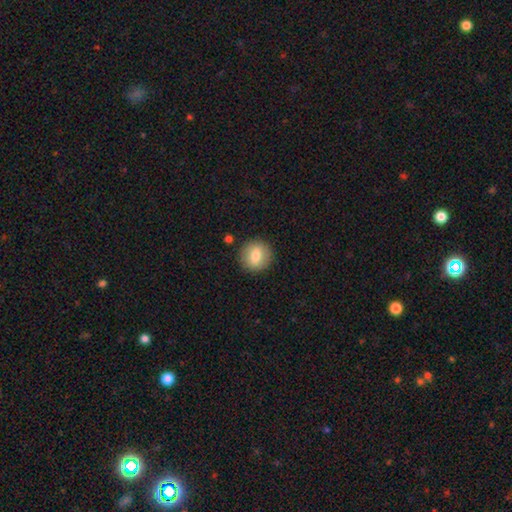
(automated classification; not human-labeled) Smooth or featured: smooth — 77% (featured or disk — 15%)
How rounded: round — 89% (in between — 10%)
Merging: none — 89% (minor disturbance — 7%)